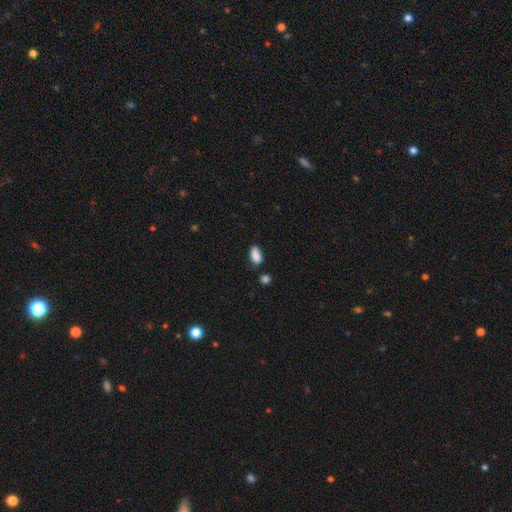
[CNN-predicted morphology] Smooth or featured?
  - smooth: 87% *
  - star or artifact: 8%
  - featured or disk: 5%
How rounded?
  - in between: 90% *
  - round: 5%
  - cigar-shaped: 5%
Merging?
  - none: 66% *
  - minor disturbance: 23%
  - merger: 6%
  - major disturbance: 5%